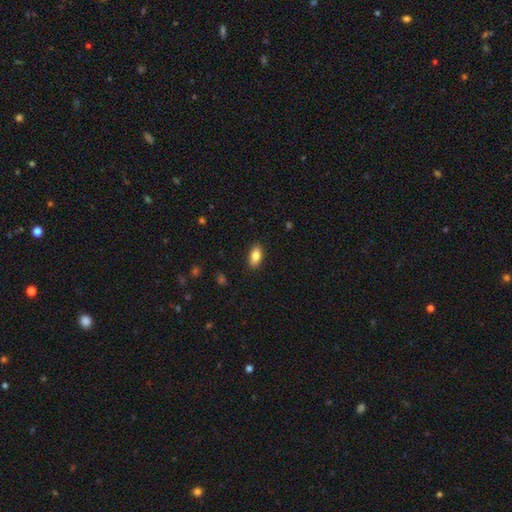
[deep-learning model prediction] Q: Smooth or featured?
A: smooth (83%); runner-up: featured or disk (9%)
Q: How rounded?
A: in between (89%); runner-up: cigar-shaped (7%)
Q: Merging?
A: none (88%); runner-up: minor disturbance (9%)